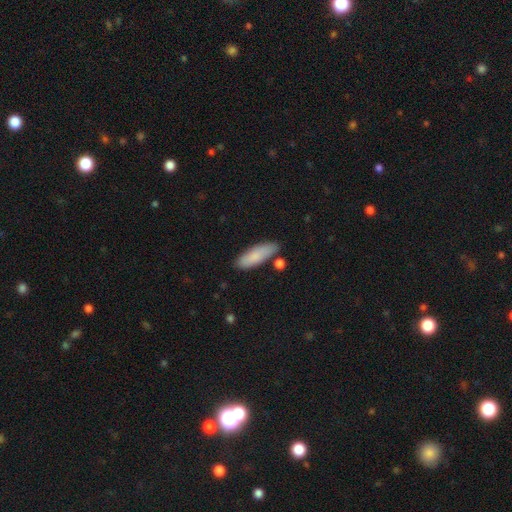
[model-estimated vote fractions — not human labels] Q: Smooth or featured?
A: smooth (84%); runner-up: featured or disk (10%)
Q: How rounded?
A: in between (54%); runner-up: cigar-shaped (44%)
Q: Merging?
A: none (78%); runner-up: minor disturbance (14%)